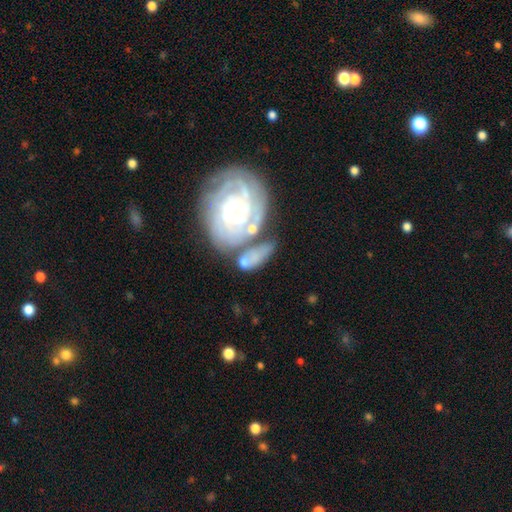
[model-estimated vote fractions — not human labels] smooth_or_featured: featured or disk (p=0.50) [alt: smooth p=0.43]
merging: none (p=0.34) [alt: merger p=0.33]